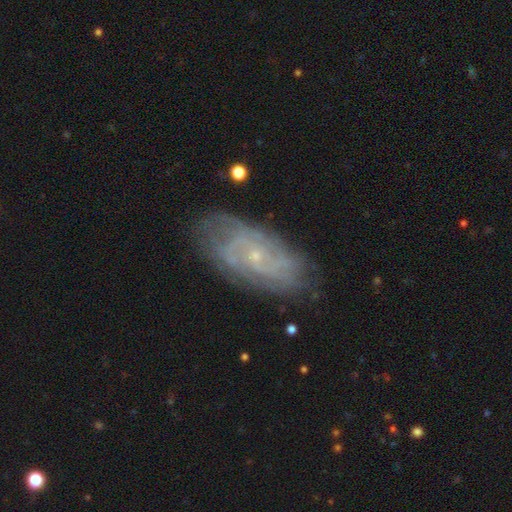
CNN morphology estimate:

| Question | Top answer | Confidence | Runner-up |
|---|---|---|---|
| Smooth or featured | featured or disk | 74% | smooth (18%) |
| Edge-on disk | no | 93% | yes (7%) |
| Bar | no | 75% | weak (21%) |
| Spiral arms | yes | 85% | no (15%) |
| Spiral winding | tight | 57% | medium (32%) |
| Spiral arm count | can't tell | 50% | 2 (20%) |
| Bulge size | small | 83% | moderate (12%) |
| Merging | none | 76% | minor disturbance (17%) |